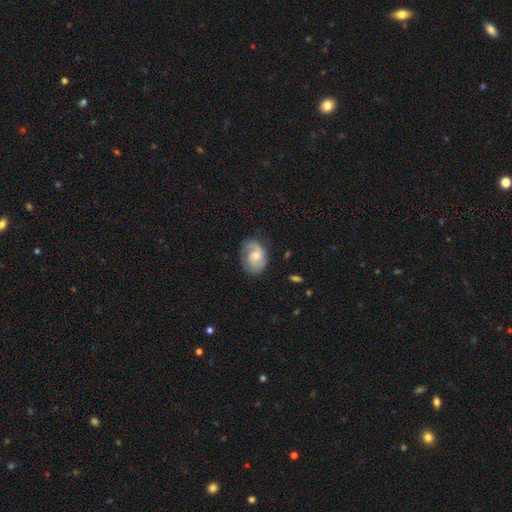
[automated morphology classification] featured or disk 66%, smooth 27%, star or artifact 6%. Down the decision tree: edge-on disk — no (97%); bar — no (61%); spiral arms — yes (92%); spiral arm count — 2 (65%); spiral winding — medium (43%); bulge size — moderate (51%); merging — none (69%).